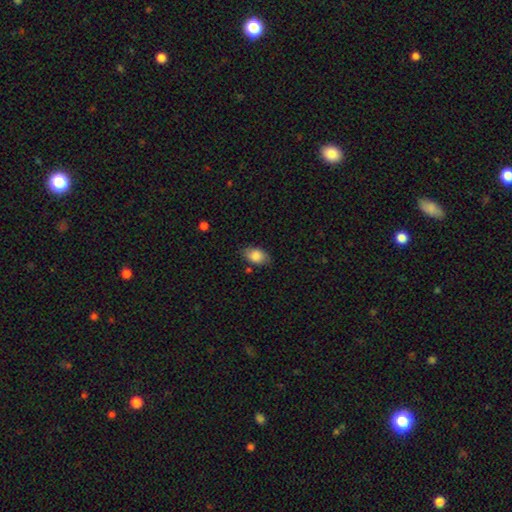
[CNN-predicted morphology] Smooth or featured: smooth — 84% (featured or disk — 8%)
How rounded: in between — 90% (round — 8%)
Merging: none — 79% (minor disturbance — 16%)